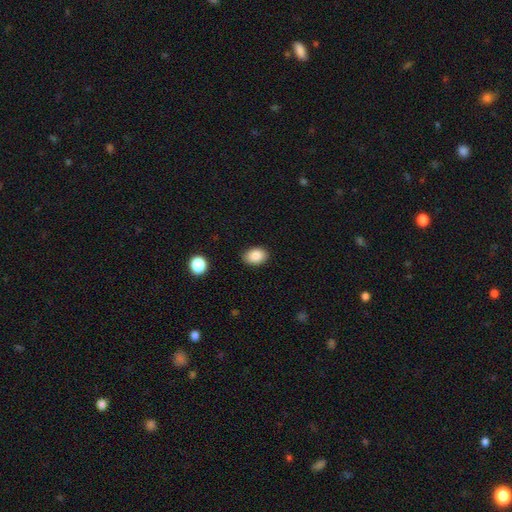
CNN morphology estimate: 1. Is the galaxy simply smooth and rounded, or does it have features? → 88% smooth, 8% star or artifact, 4% featured or disk.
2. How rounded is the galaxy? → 79% in between, 20% round, 1% cigar-shaped.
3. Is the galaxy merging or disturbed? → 87% none, 10% minor disturbance, 2% major disturbance, 1% merger.